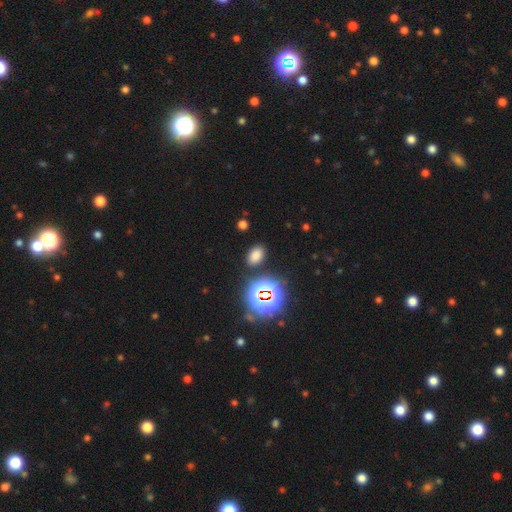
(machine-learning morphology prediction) Q: Smooth or featured?
A: smooth (71%); runner-up: star or artifact (23%)
Q: How rounded?
A: in between (84%); runner-up: round (14%)
Q: Merging?
A: none (85%); runner-up: minor disturbance (9%)